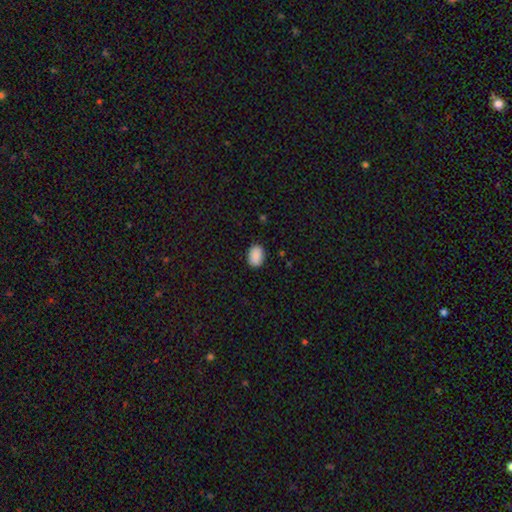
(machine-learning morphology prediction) smooth 90%, star or artifact 8%, featured or disk 3%. Down the decision tree: how rounded — in between (79%); merging — none (87%).